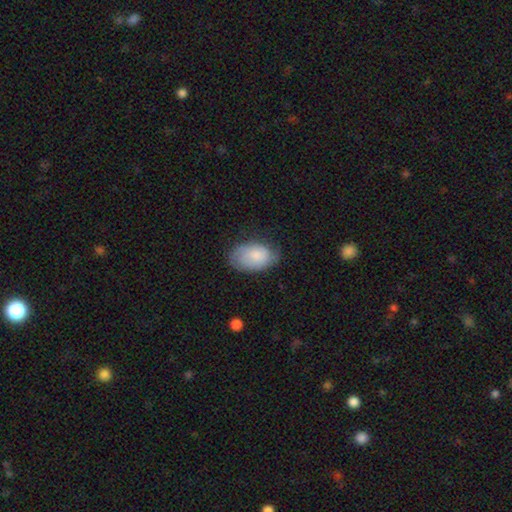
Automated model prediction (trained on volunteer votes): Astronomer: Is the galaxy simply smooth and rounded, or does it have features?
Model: smooth — 73%.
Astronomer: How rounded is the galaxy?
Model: in between — 91%.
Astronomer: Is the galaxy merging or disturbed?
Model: none — 63%.